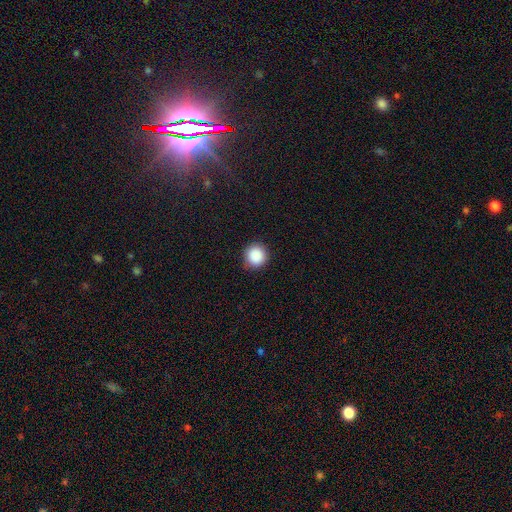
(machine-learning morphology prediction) Smooth or featured? Predicted: smooth (p=0.88). How rounded? Predicted: round (p=0.95). Merging? Predicted: none (p=0.91).